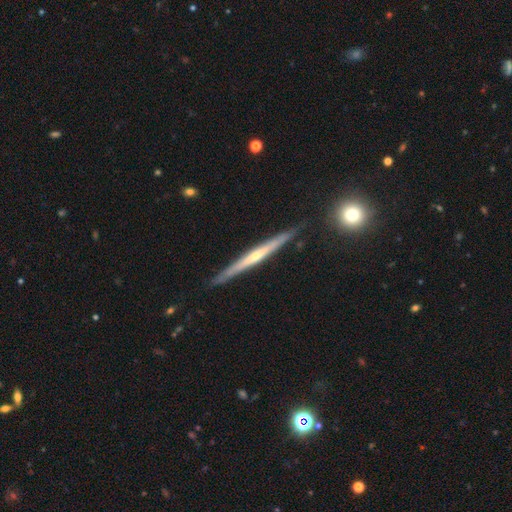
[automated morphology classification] This is likely a featured or disk galaxy (70%). It is clearly viewed edge-on (97%). Edge-on bulge: possibly rounded (51%). Merging: clearly none (87%).